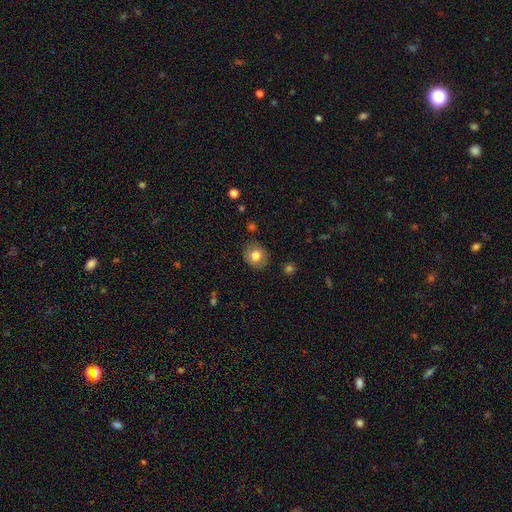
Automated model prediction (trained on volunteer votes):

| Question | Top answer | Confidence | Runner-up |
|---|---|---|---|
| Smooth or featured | smooth | 78% | featured or disk (12%) |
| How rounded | round | 75% | in between (24%) |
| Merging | none | 86% | minor disturbance (10%) |